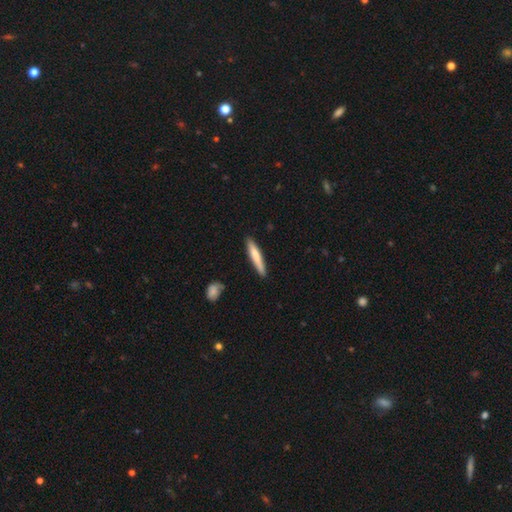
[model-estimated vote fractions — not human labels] smooth-or-featured: smooth: 73% | featured or disk: 22% | star or artifact: 5%
  how-rounded: cigar-shaped: 92% | in between: 7% | round: 1%
  merging: none: 86% | minor disturbance: 10% | merger: 2% | major disturbance: 2%